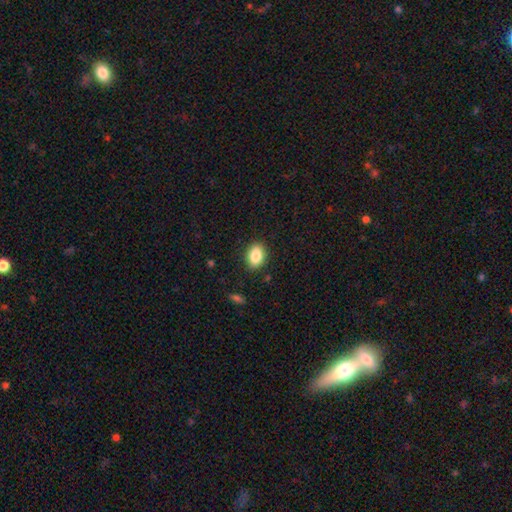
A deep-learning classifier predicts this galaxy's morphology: Smooth or featured? smooth (87%)
How rounded? in between (81%)
Merging? none (88%)